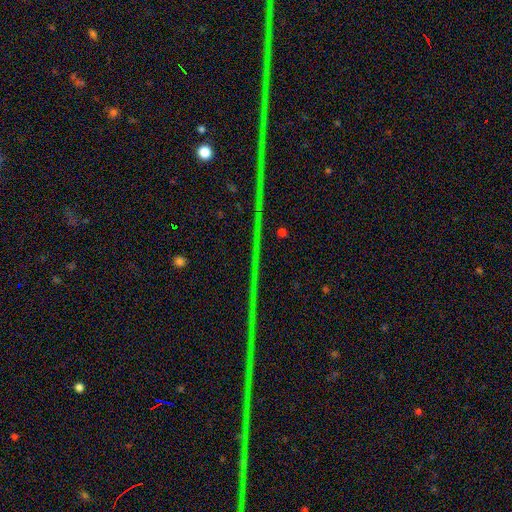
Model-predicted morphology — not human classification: This appears to be a star or artifact, not a galaxy (88%).